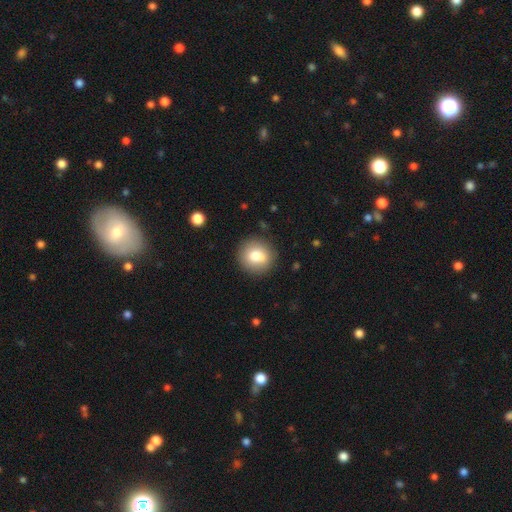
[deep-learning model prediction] Overall: smooth (79%). How rounded: round (90%). Merging: none (89%).